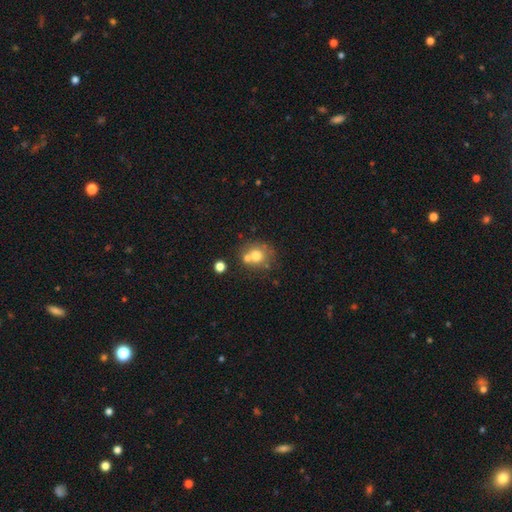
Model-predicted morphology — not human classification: The model was most divided on "merging": none: 53%, merger: 32%, minor disturbance: 11%, major disturbance: 4%. More confident: how rounded — round (81%); smooth or featured — smooth (69%).